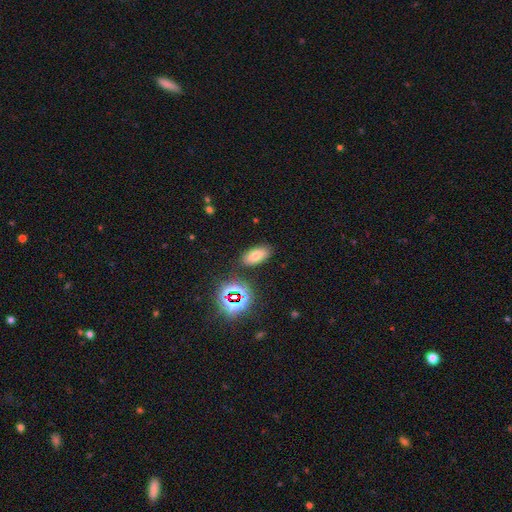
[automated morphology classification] Q: Smooth or featured?
A: smooth (67%); runner-up: star or artifact (21%)
Q: How rounded?
A: in between (88%); runner-up: cigar-shaped (6%)
Q: Merging?
A: none (85%); runner-up: minor disturbance (9%)